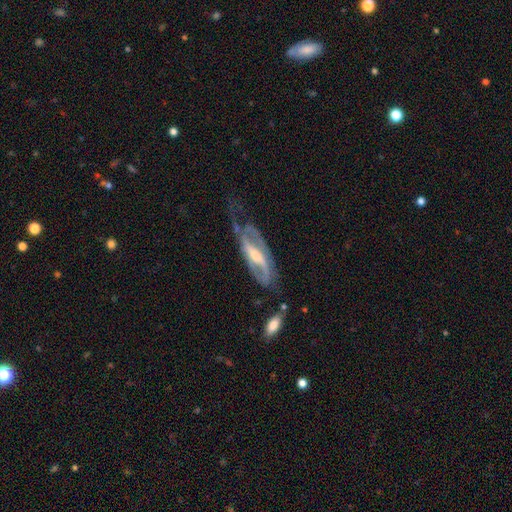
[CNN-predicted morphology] smooth_or_featured: featured or disk (p=0.83) [alt: smooth p=0.12]
disk_edge_on: no (p=0.85) [alt: yes p=0.15]
bar: strong (p=0.51) [alt: weak p=0.33]
has_spiral_arms: yes (p=0.89) [alt: no p=0.11]
spiral_winding: medium (p=0.47) [alt: loose p=0.30]
spiral_arm_count: 2 (p=0.79) [alt: can't tell p=0.10]
bulge_size: moderate (p=0.49) [alt: small p=0.27]
merging: none (p=0.42) [alt: major disturbance p=0.29]